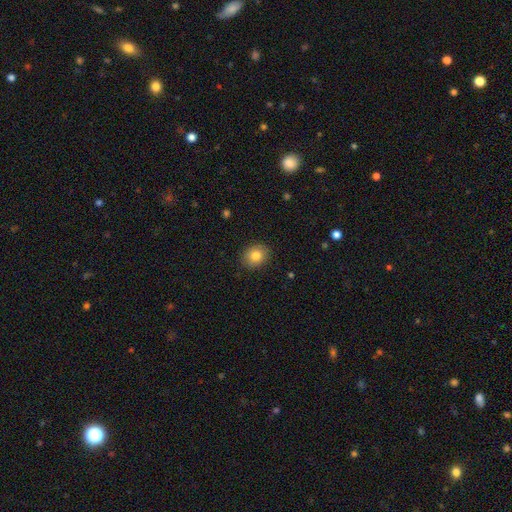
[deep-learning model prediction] Q: Smooth or featured?
A: smooth (82%); runner-up: star or artifact (9%)
Q: How rounded?
A: round (55%); runner-up: in between (44%)
Q: Merging?
A: none (89%); runner-up: minor disturbance (8%)